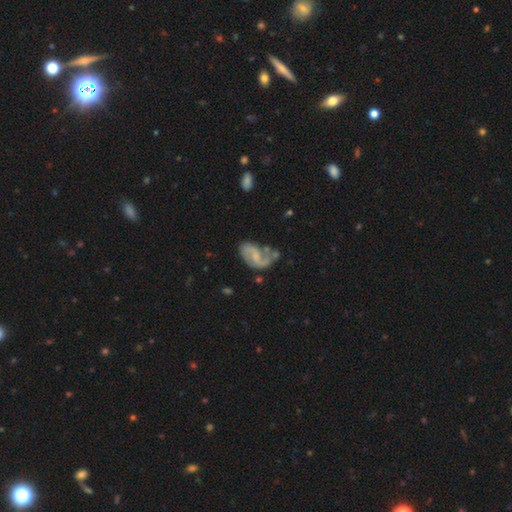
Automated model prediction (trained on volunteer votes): This appears to be a featured or disk galaxy (78%) with a weak bar (48%), 2 (82%) medium (44%) spiral arms (91%) and a small central bulge (39%). Merging: none (46%).